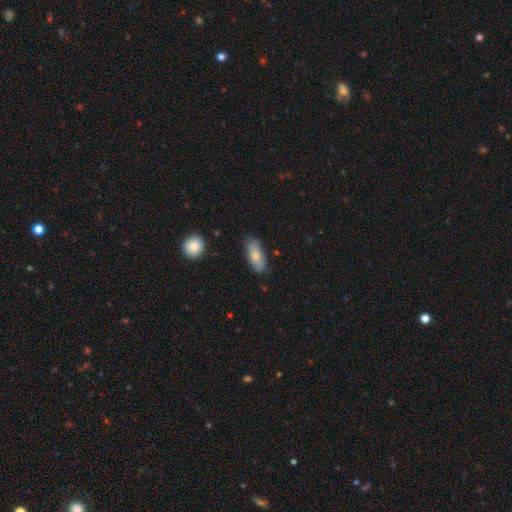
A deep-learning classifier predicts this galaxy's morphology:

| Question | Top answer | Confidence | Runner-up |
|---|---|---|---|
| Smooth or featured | smooth | 74% | featured or disk (20%) |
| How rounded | in between | 82% | cigar-shaped (15%) |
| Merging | none | 74% | minor disturbance (20%) |